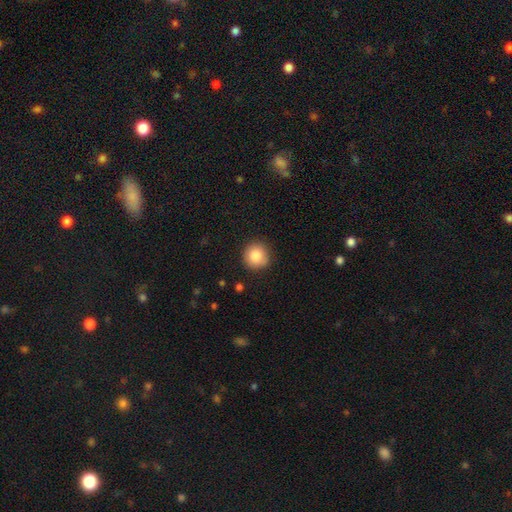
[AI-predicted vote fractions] Smooth or featured?
  - smooth: 85% *
  - star or artifact: 9%
  - featured or disk: 6%
How rounded?
  - round: 94% *
  - in between: 6%
  - cigar-shaped: 1%
Merging?
  - none: 87% *
  - minor disturbance: 9%
  - major disturbance: 2%
  - merger: 1%